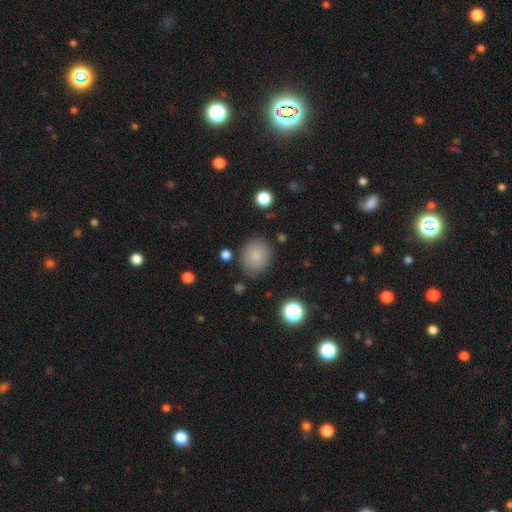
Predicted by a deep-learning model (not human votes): Smooth or featured? Predicted: smooth (p=0.83). How rounded? Predicted: round (p=0.65). Merging? Predicted: none (p=0.81).